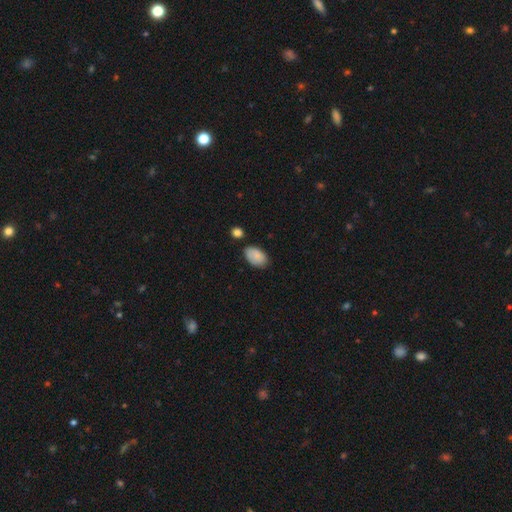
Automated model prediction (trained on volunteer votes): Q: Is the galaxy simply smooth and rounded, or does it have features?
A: smooth — 85%.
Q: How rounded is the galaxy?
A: in between — 93%.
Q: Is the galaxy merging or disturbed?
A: none — 72%.